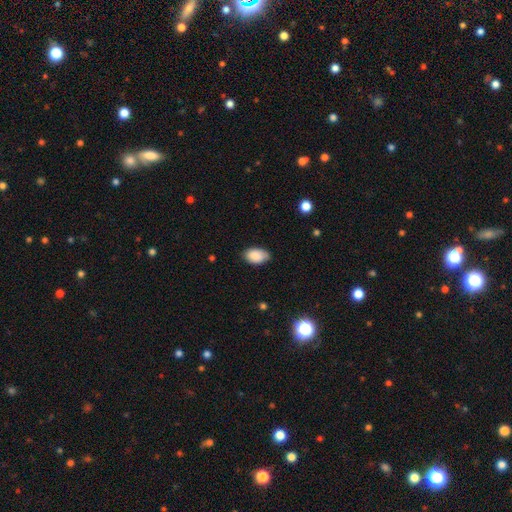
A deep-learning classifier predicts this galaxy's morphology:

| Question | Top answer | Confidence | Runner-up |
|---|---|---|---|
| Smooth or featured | smooth | 87% | star or artifact (7%) |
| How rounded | in between | 92% | round (7%) |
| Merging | none | 73% | minor disturbance (22%) |